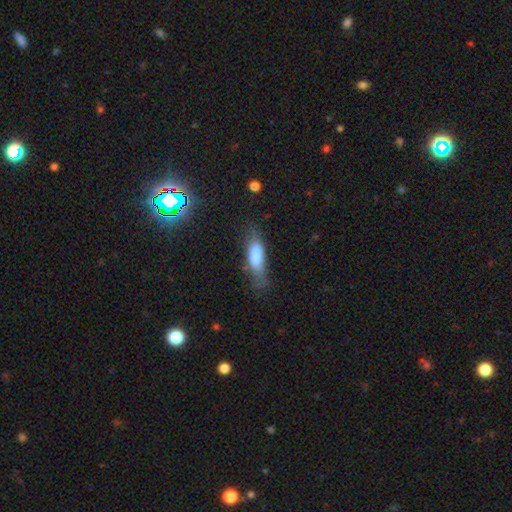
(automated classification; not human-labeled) Smooth or featured? smooth (75%)
How rounded? in between (60%)
Merging? none (53%)